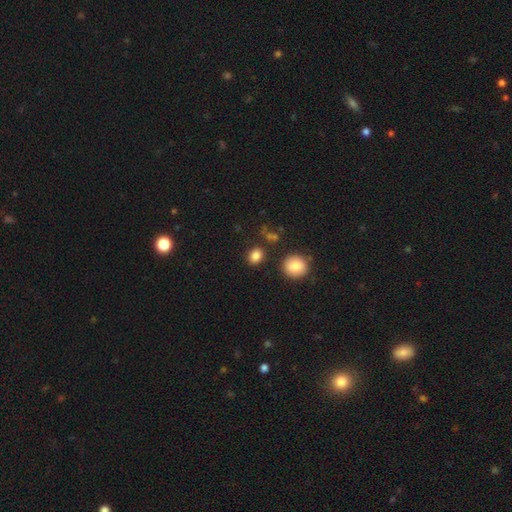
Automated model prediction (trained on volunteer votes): smooth_or_featured: smooth (p=0.84) [alt: star or artifact p=0.11]
how_rounded: round (p=0.52) [alt: in between p=0.47]
merging: none (p=0.83) [alt: minor disturbance p=0.09]